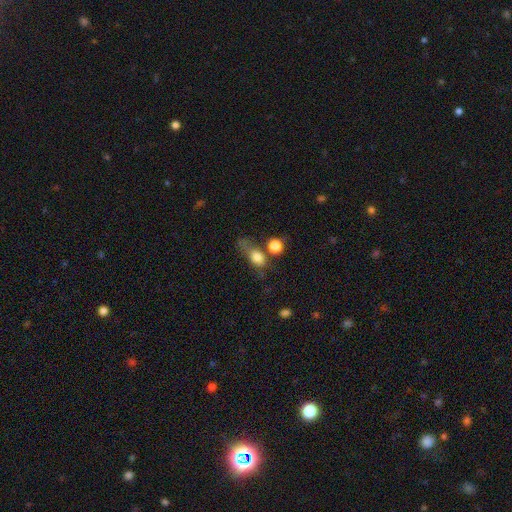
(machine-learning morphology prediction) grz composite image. It shows a smooth galaxy with no disk features (71%) that is in between round and cigar-shaped (59%). Merging: none (35%).